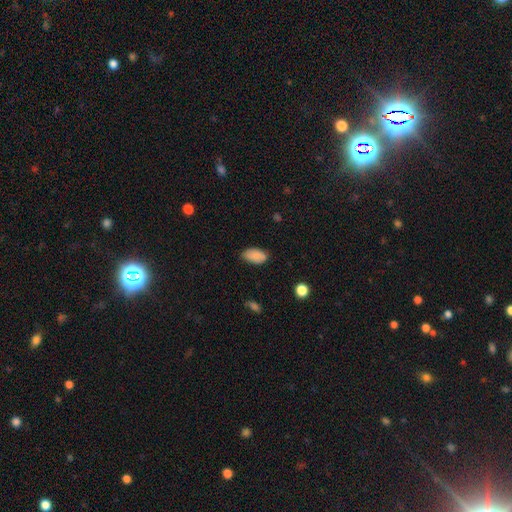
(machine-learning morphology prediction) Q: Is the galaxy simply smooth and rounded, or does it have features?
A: smooth — 86%.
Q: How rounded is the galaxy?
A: in between — 94%.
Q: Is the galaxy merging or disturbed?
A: none — 75%.